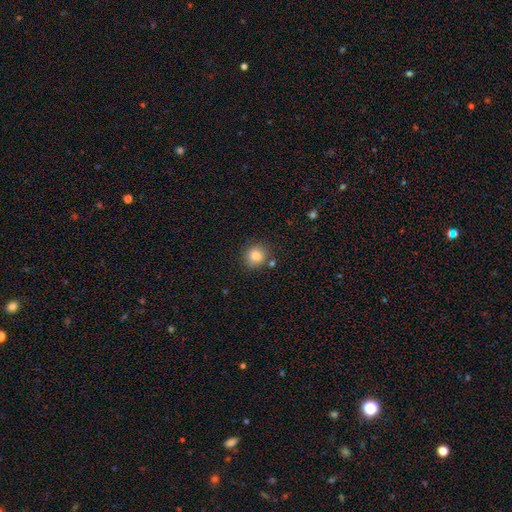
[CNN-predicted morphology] A smooth galaxy with no disk features (82%) that is round (85%).

Vote fractions:
- Smooth or featured? smooth: 82% / star or artifact: 11% / featured or disk: 8%
- How rounded? round: 85% / in between: 14% / cigar-shaped: 1%
- Merging? none: 81% / minor disturbance: 11% / merger: 5% / major disturbance: 3%